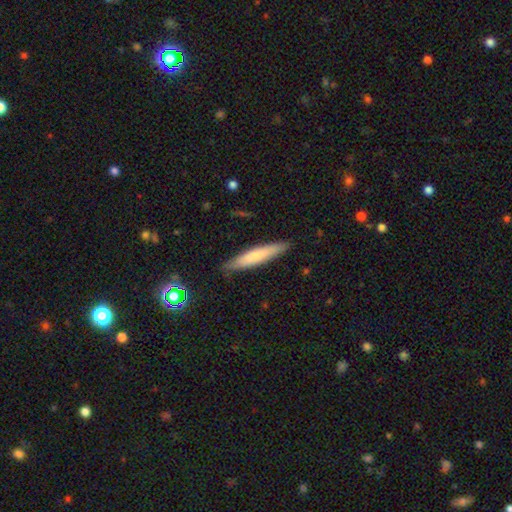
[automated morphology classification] smooth-or-featured: smooth: 68% | featured or disk: 26% | star or artifact: 6%
  how-rounded: cigar-shaped: 90% | in between: 9% | round: 1%
  merging: none: 87% | minor disturbance: 10% | major disturbance: 2% | merger: 1%